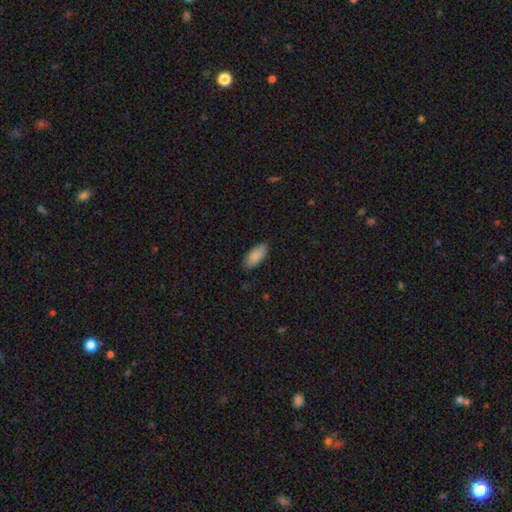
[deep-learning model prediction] This is clearly a smooth galaxy (89%). How rounded: clearly in between (89%). Merging: clearly none (84%).